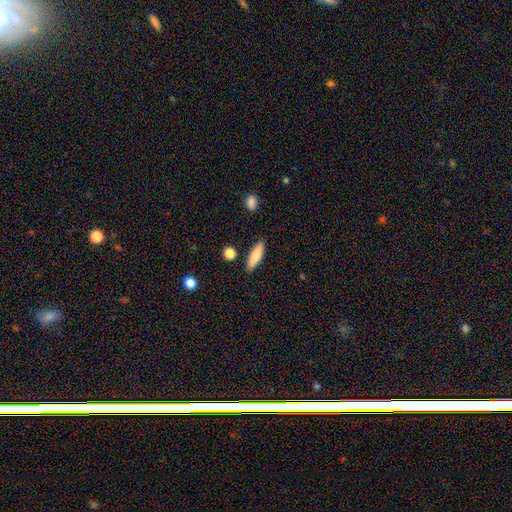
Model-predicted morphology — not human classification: smooth_or_featured: smooth (p=0.79) [alt: featured or disk p=0.15]
how_rounded: cigar-shaped (p=0.61) [alt: in between p=0.37]
merging: none (p=0.86) [alt: minor disturbance p=0.09]